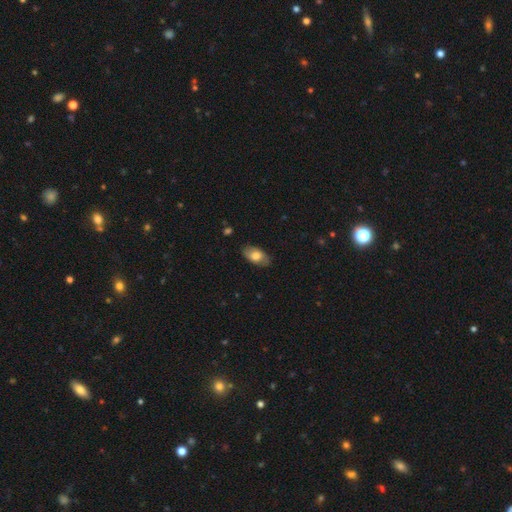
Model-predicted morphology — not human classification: Smooth or featured: smooth — 69% (featured or disk — 24%)
How rounded: in between — 92% (round — 5%)
Merging: none — 80% (minor disturbance — 15%)